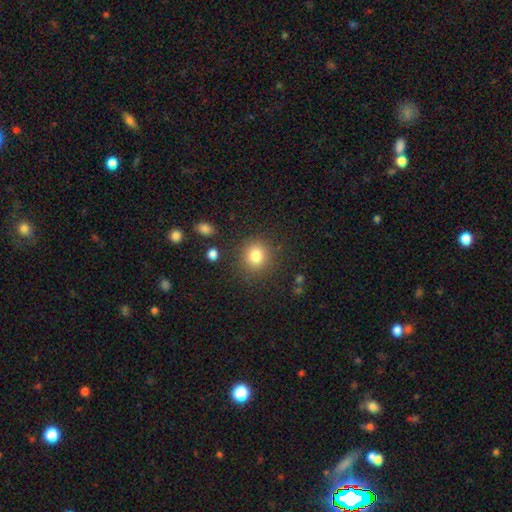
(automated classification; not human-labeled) A smooth galaxy with no disk features (82%) that is round (86%). Merging: none (86%).